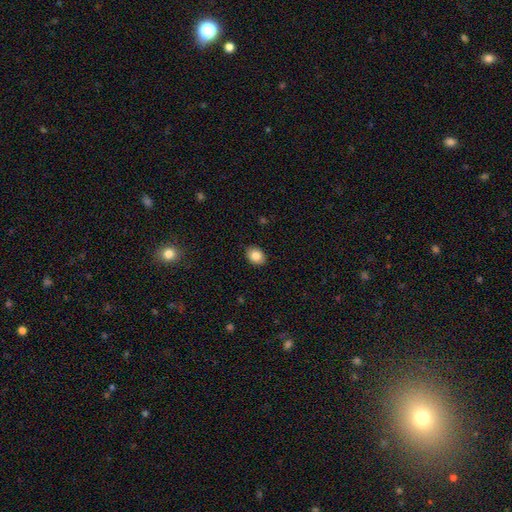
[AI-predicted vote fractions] Smooth or featured? Predicted: smooth (p=0.85). How rounded? Predicted: in between (p=0.65). Merging? Predicted: none (p=0.89).